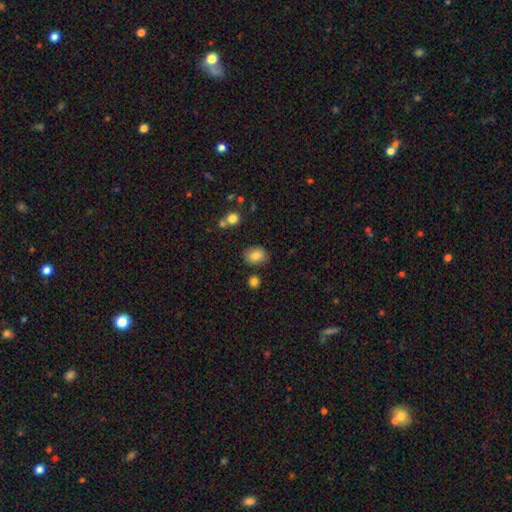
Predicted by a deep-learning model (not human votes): Smooth or featured: smooth — 82% (star or artifact — 9%)
How rounded: in between — 60% (round — 39%)
Merging: none — 81% (minor disturbance — 12%)